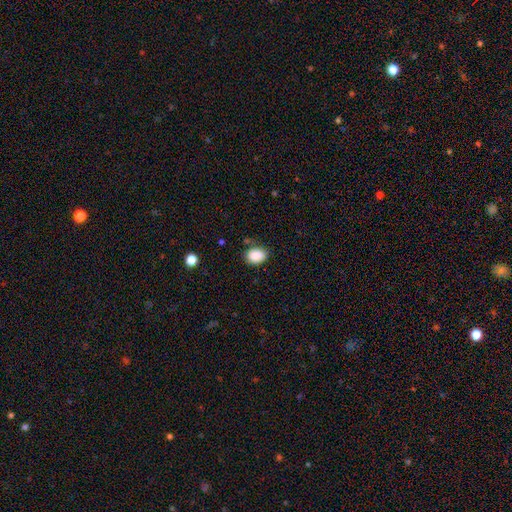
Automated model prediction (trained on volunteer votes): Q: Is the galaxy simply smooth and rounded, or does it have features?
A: smooth — 87%.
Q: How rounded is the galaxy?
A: in between — 67%.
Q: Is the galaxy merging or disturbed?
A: none — 78%.